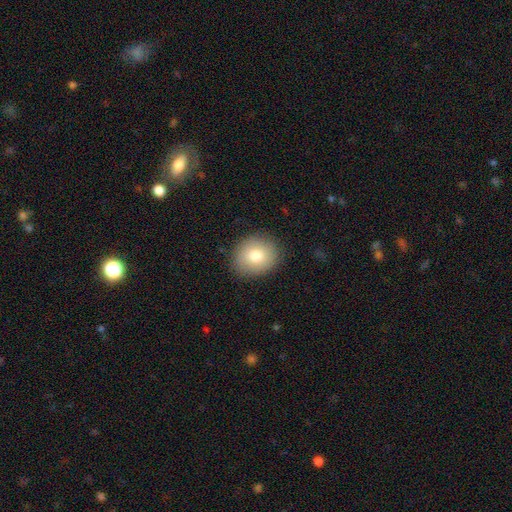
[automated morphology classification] Smooth or featured? smooth (79%)
How rounded? round (66%)
Merging? none (87%)